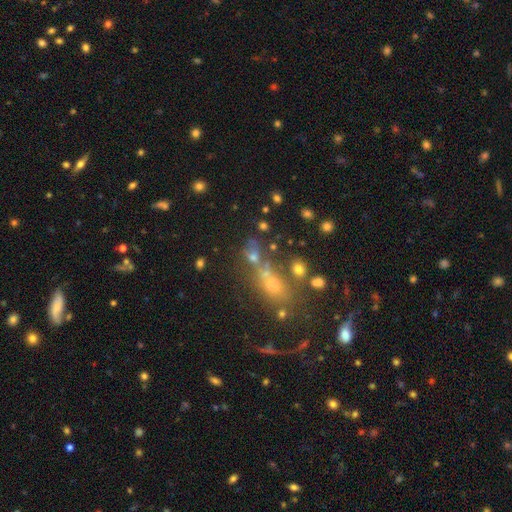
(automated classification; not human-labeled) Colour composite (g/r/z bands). It shows a smooth galaxy with no disk features (42%). Merging: none (48%).